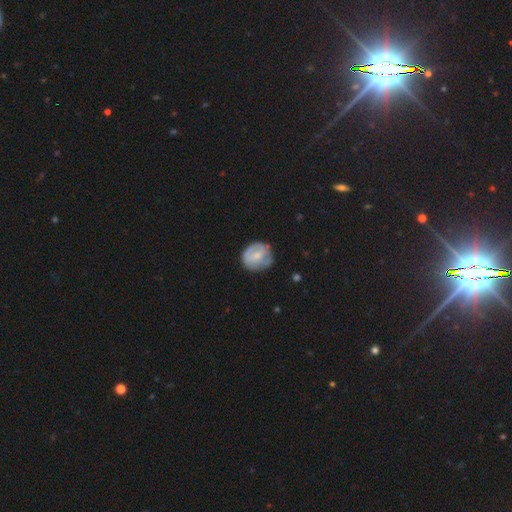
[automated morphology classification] Smooth or featured?
  - smooth: 54% *
  - featured or disk: 39%
  - star or artifact: 6%
How rounded?
  - round: 80% *
  - in between: 19%
  - cigar-shaped: 1%
Merging?
  - none: 65% *
  - minor disturbance: 25%
  - major disturbance: 8%
  - merger: 2%